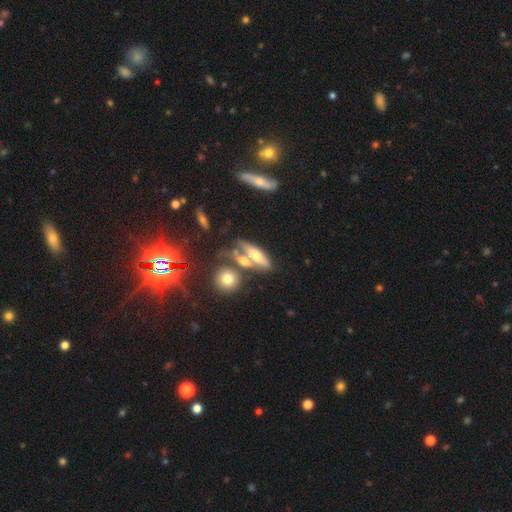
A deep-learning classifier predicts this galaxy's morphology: Smooth or featured: smooth — 50% (featured or disk — 38%)
Merging: none — 39% (tied with merger — 39%)